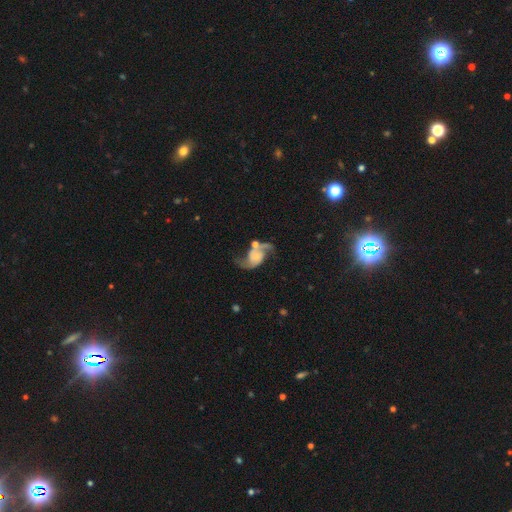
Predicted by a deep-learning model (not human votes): The model was most divided on "bulge size": small: 40%, none: 32%, moderate: 18%, large: 7%, dominant: 3%. More confident: edge-on disk — no (98%); spiral arms — yes (96%); spiral arm count — 2 (93%); smooth or featured — featured or disk (86%); spiral winding — loose (66%); bar — no (64%); merging — none (53%).